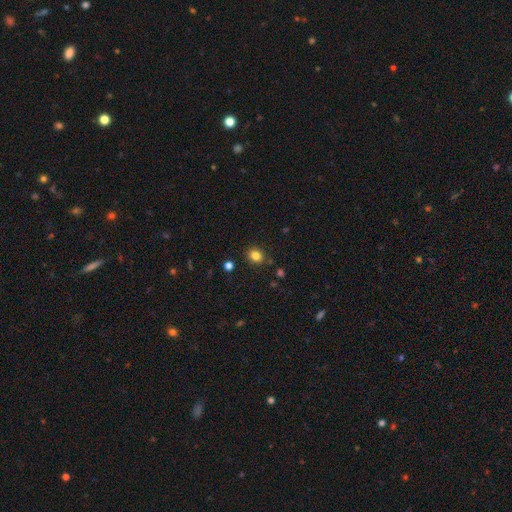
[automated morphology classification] Overall: smooth (82%). How rounded: round (73%). Merging: none (87%).